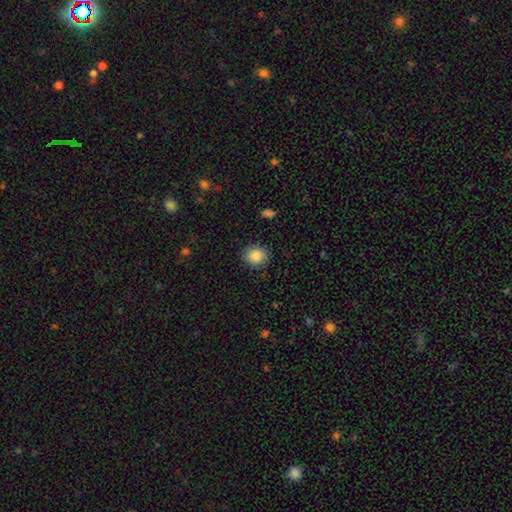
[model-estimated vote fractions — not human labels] A smooth galaxy with no disk features (87%) that is round (73%).

Vote fractions:
- Smooth or featured? smooth: 87% / star or artifact: 8% / featured or disk: 4%
- How rounded? round: 73% / in between: 26% / cigar-shaped: 1%
- Merging? none: 87% / minor disturbance: 9% / major disturbance: 3% / merger: 1%